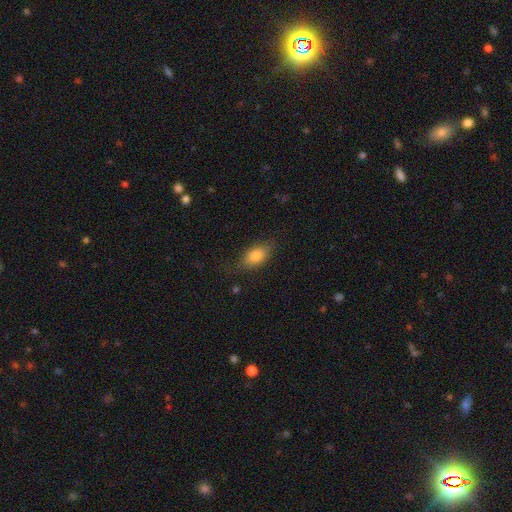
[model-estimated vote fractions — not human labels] Morphology: type=smooth (81%); roundness=in between (87%); merging=none (76%).